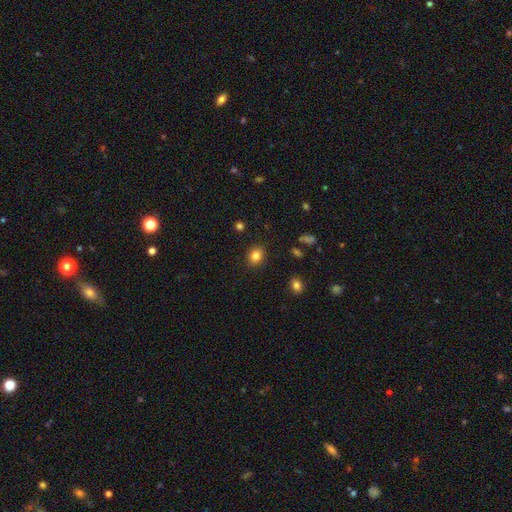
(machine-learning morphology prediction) smooth 83%, star or artifact 11%, featured or disk 6%. Down the decision tree: how rounded — round (63%); merging — none (89%).